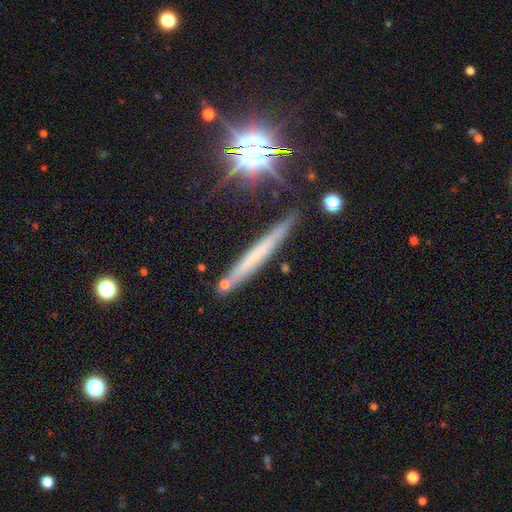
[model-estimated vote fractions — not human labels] smooth_or_featured: smooth (p=0.44) [alt: featured or disk p=0.38]
merging: none (p=0.81) [alt: minor disturbance p=0.12]